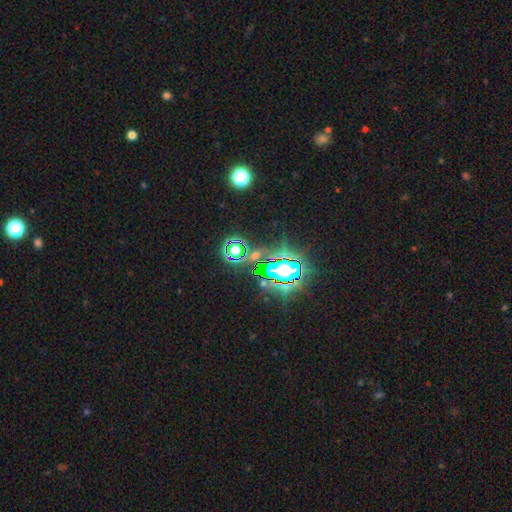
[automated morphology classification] Smooth or featured: star or artifact — 79% (smooth — 12%)